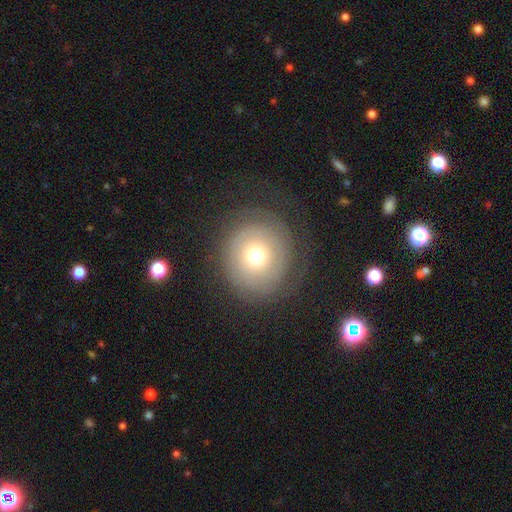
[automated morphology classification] smooth_or_featured: featured or disk (p=0.45) [tied with: smooth p=0.45]
merging: none (p=0.73) [alt: minor disturbance p=0.14]